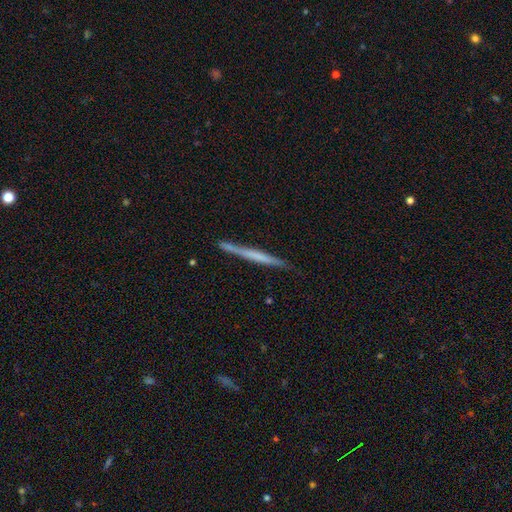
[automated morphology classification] Smooth or featured?
  - featured or disk: 52% *
  - smooth: 43%
  - star or artifact: 5%
Edge-on disk?
  - yes: 97% *
  - no: 3%
Edge-on bulge?
  - none: 80% *
  - rounded: 10%
  - boxy: 10%
Merging?
  - none: 88% *
  - minor disturbance: 9%
  - major disturbance: 2%
  - merger: 2%